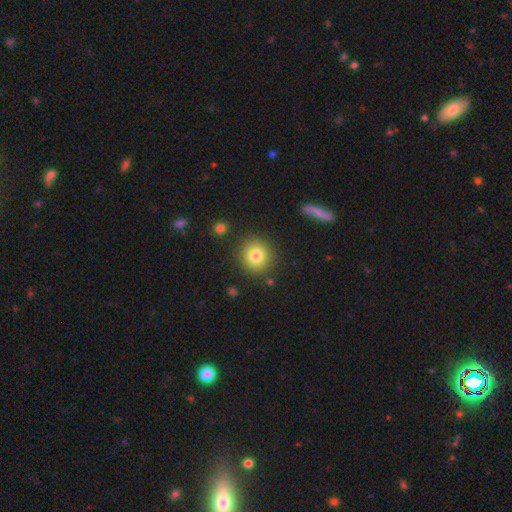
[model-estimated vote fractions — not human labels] Q: Smooth or featured?
A: smooth (80%); runner-up: star or artifact (11%)
Q: How rounded?
A: round (90%); runner-up: in between (9%)
Q: Merging?
A: none (87%); runner-up: minor disturbance (7%)